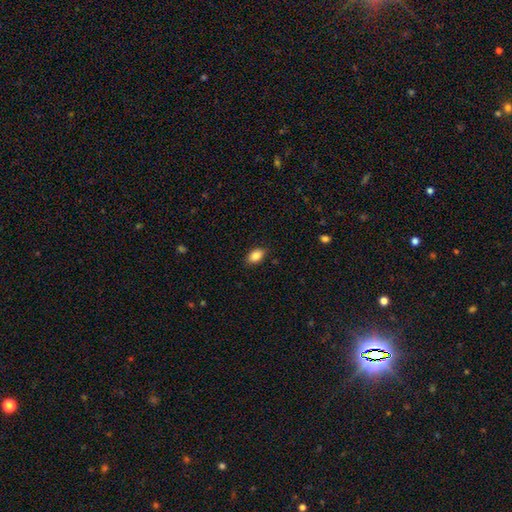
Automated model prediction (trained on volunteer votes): The model was most divided on "merging": none: 87%, minor disturbance: 10%, major disturbance: 2%, merger: 1%. More confident: how rounded — in between (88%); smooth or featured — smooth (87%).